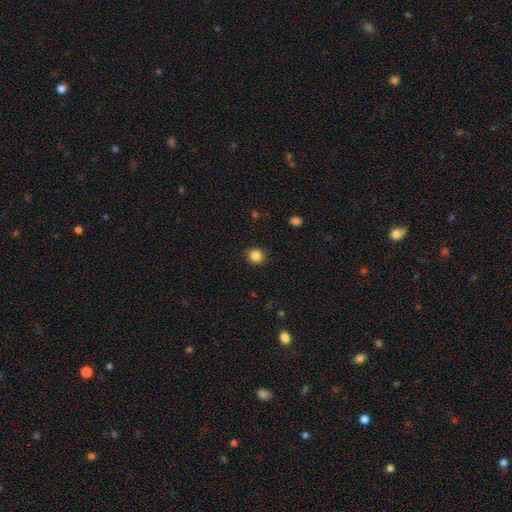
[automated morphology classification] Q: Smooth or featured?
A: smooth (85%); runner-up: star or artifact (11%)
Q: How rounded?
A: round (91%); runner-up: in between (8%)
Q: Merging?
A: none (91%); runner-up: minor disturbance (6%)